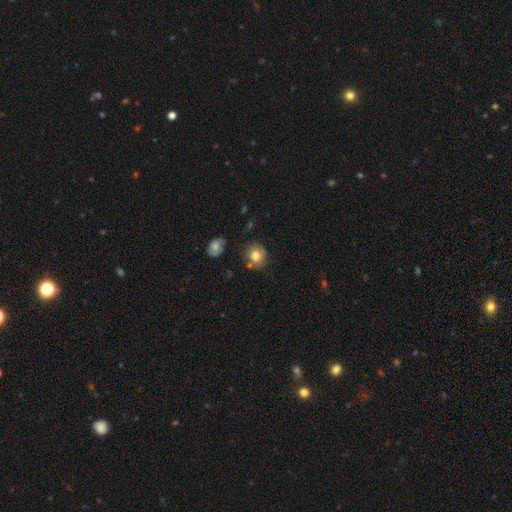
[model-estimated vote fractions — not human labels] Smooth or featured: smooth — 78% (featured or disk — 12%)
How rounded: round — 78% (in between — 21%)
Merging: none — 74% (minor disturbance — 16%)